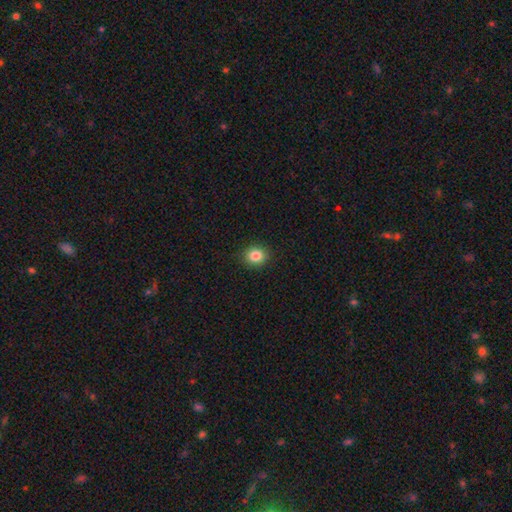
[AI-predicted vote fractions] Smooth or featured? smooth (84%)
How rounded? round (73%)
Merging? none (91%)